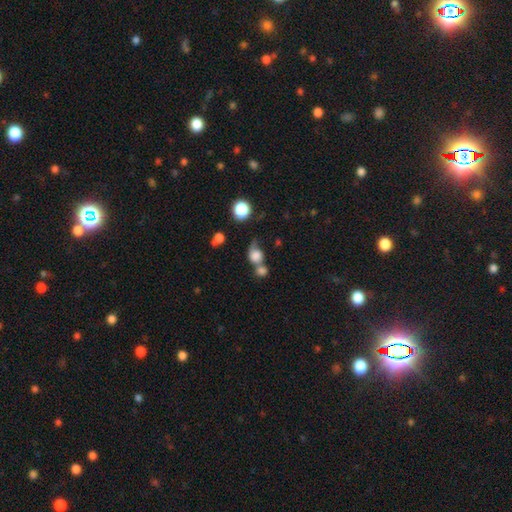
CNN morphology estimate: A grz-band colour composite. It shows a smooth galaxy with no disk features (72%) that is round (66%). Merging: merger (48%).